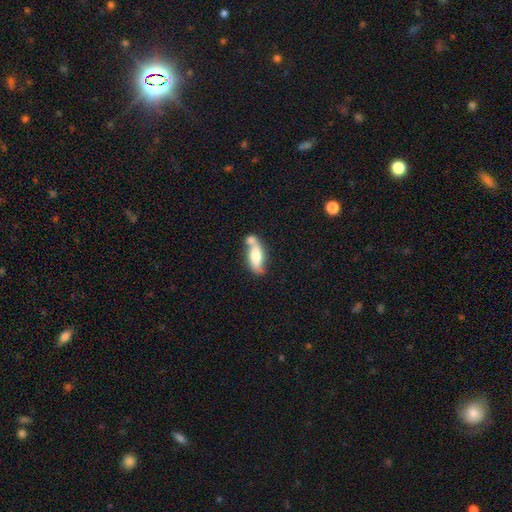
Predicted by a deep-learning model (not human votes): A smooth galaxy with no disk features (63%) that is in between round and cigar-shaped (69%).

Vote fractions:
- Smooth or featured? smooth: 63% / featured or disk: 30% / star or artifact: 7%
- How rounded? in between: 69% / cigar-shaped: 28% / round: 4%
- Merging? none: 40% / merger: 39% / minor disturbance: 15% / major disturbance: 6%